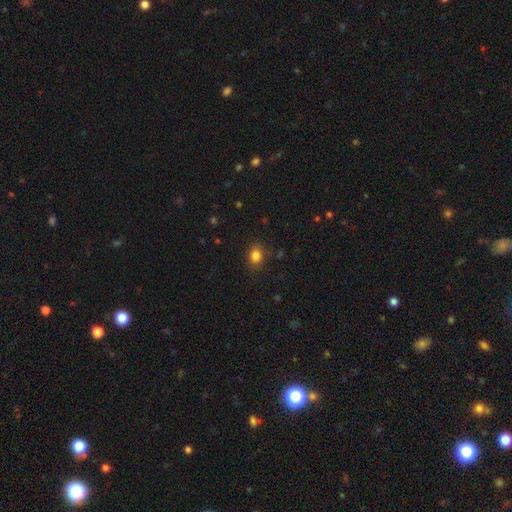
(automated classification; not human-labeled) Q: Smooth or featured?
A: smooth (84%); runner-up: star or artifact (11%)
Q: How rounded?
A: in between (50%); runner-up: round (49%)
Q: Merging?
A: none (85%); runner-up: minor disturbance (10%)